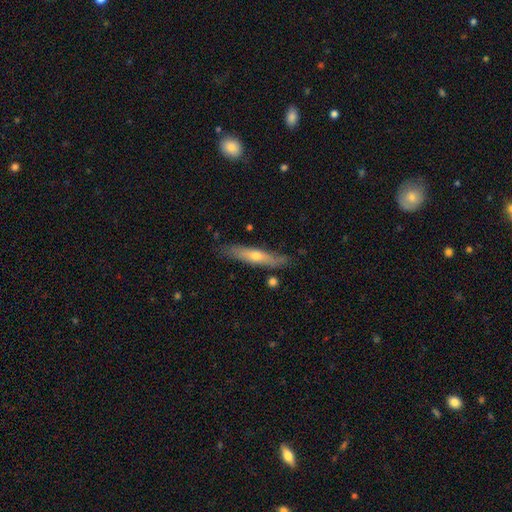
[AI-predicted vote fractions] The model was most divided on "smooth or featured": featured or disk: 49%, smooth: 45%, star or artifact: 6%. More confident: merging — none (81%).